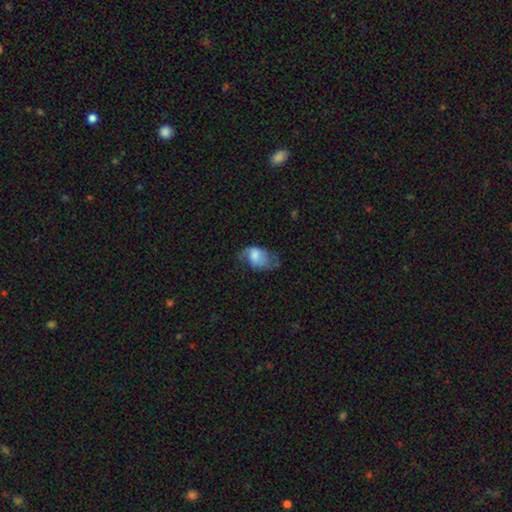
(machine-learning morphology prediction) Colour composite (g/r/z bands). It shows a smooth galaxy with no disk features (64%) that is in between round and cigar-shaped (86%). Merging: none (33%, tied with minor disturbance).